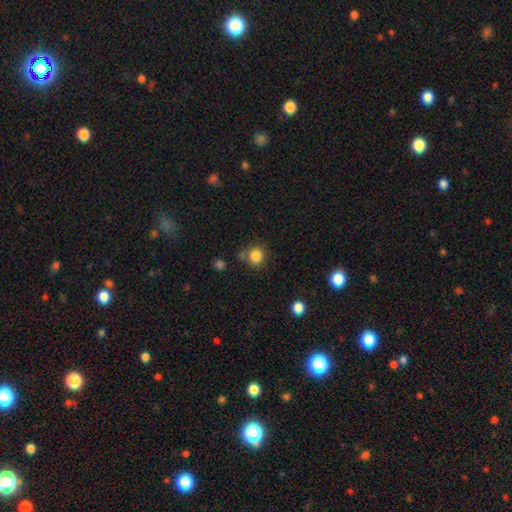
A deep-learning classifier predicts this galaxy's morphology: This is clearly a smooth galaxy (84%). How rounded: clearly round (89%). Merging: likely none (73%).